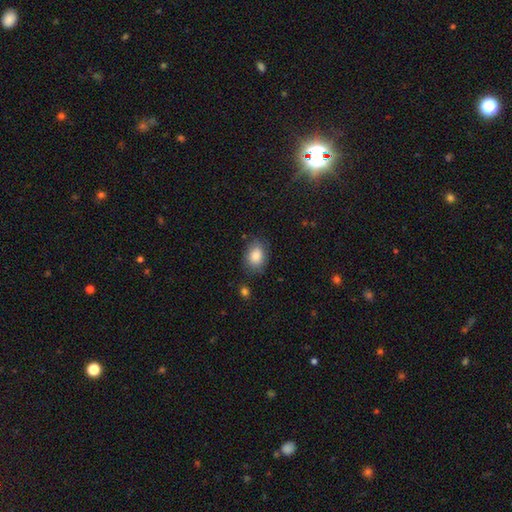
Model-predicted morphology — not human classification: Smooth or featured? Predicted: smooth (p=0.85). How rounded? Predicted: in between (p=0.75). Merging? Predicted: none (p=0.75).